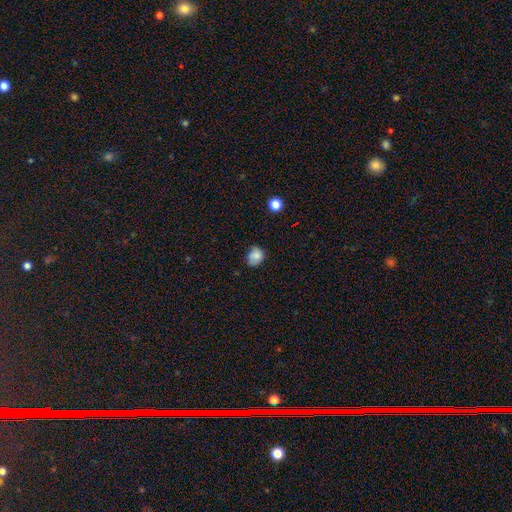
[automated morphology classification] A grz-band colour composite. It shows a smooth galaxy with no disk features (79%) that is round (60%). Merging: none (59%).